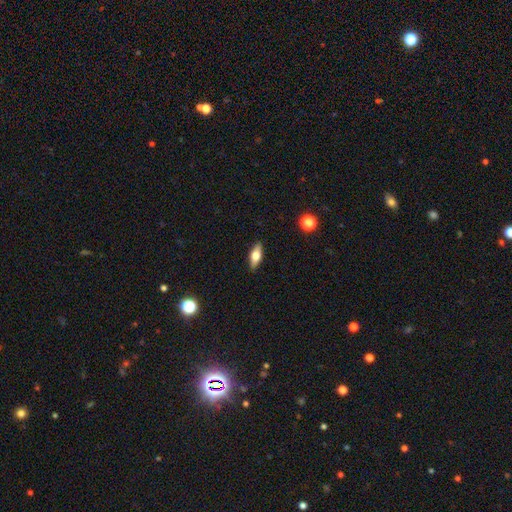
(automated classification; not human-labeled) smooth 53%, featured or disk 39%, star or artifact 7%. Down the decision tree: how rounded — in between (67%); merging — none (89%).